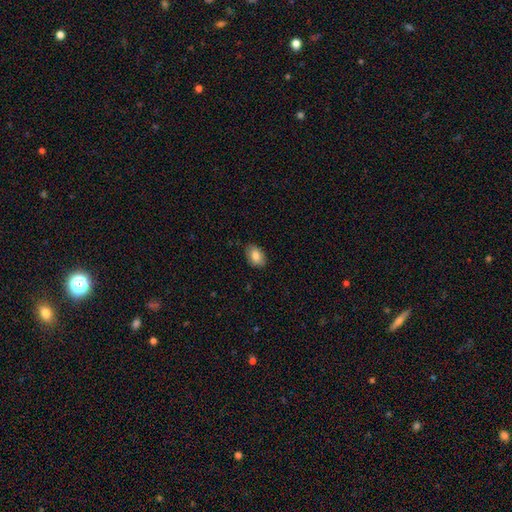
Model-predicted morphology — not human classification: Smooth or featured?
  - smooth: 82% *
  - featured or disk: 11%
  - star or artifact: 7%
How rounded?
  - in between: 84% *
  - round: 14%
  - cigar-shaped: 1%
Merging?
  - none: 82% *
  - minor disturbance: 15%
  - major disturbance: 2%
  - merger: 1%